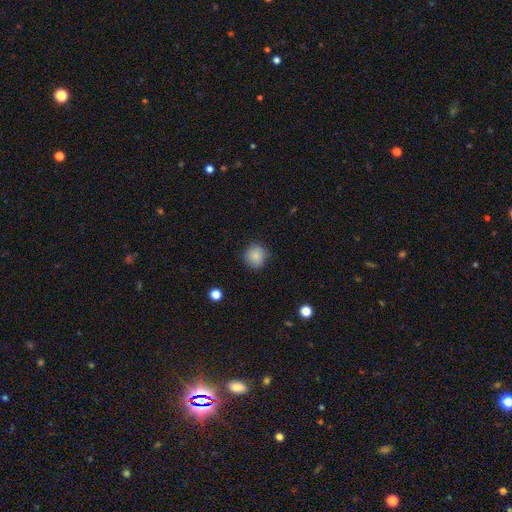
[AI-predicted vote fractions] Smooth or featured? Predicted: smooth (p=0.86). How rounded? Predicted: round (p=0.90). Merging? Predicted: none (p=0.86).